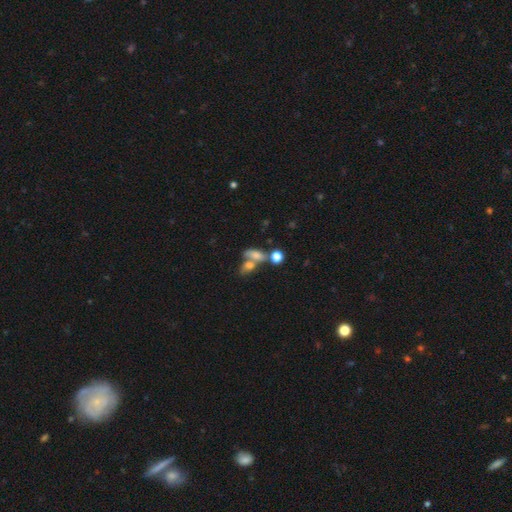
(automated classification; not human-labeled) Morphology: type=smooth (68%); roundness=in between (71%); merging=merger (49%).